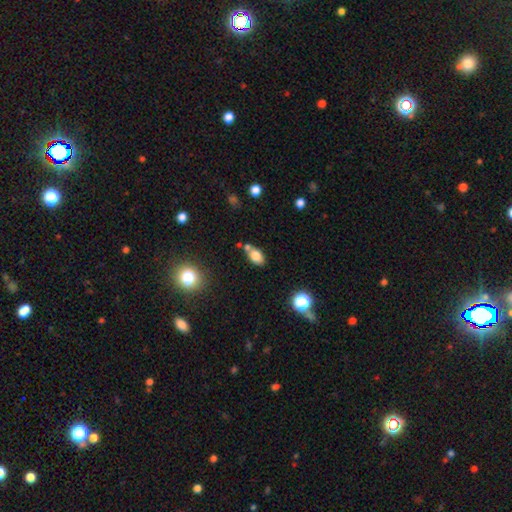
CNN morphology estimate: A smooth galaxy with no disk features (80%) that is in between round and cigar-shaped (84%).

Vote fractions:
- Smooth or featured? smooth: 80% / star or artifact: 10% / featured or disk: 10%
- How rounded? in between: 84% / round: 14% / cigar-shaped: 2%
- Merging? none: 59% / merger: 21% / minor disturbance: 16% / major disturbance: 4%